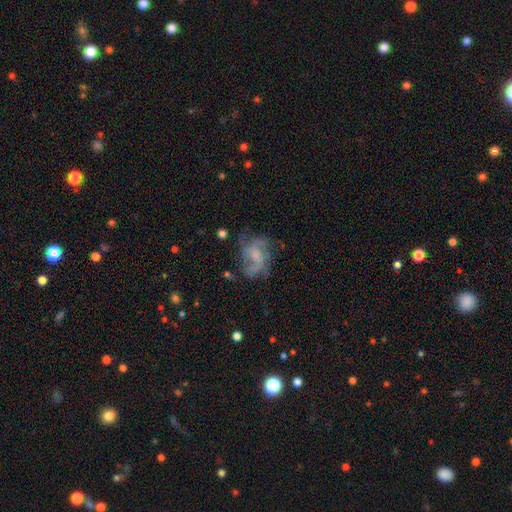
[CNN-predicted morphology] The model was most divided on "spiral arm count": can't tell: 29%, 2: 27%, 3: 25%, 4: 9%, 1: 5%, more than 4: 5%. Remaining: edge-on disk — no (97%); spiral arms — yes (81%); smooth or featured — featured or disk (70%); bar — no (58%); merging — none (55%); spiral winding — medium (47%); bulge size — small (45%).